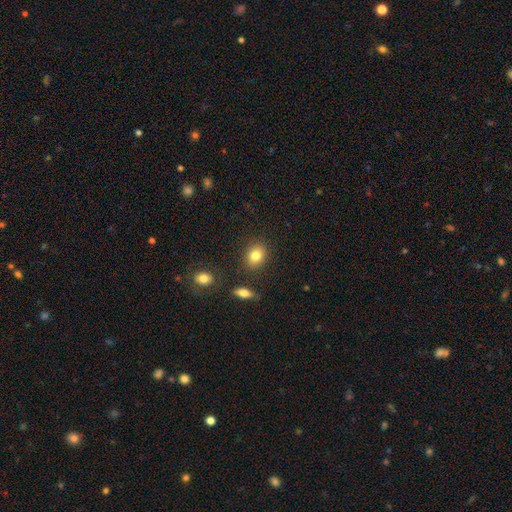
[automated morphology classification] This appears to be a smooth galaxy with no disk features (83%) that is in between round and cigar-shaped (53%). Merging: none (85%).